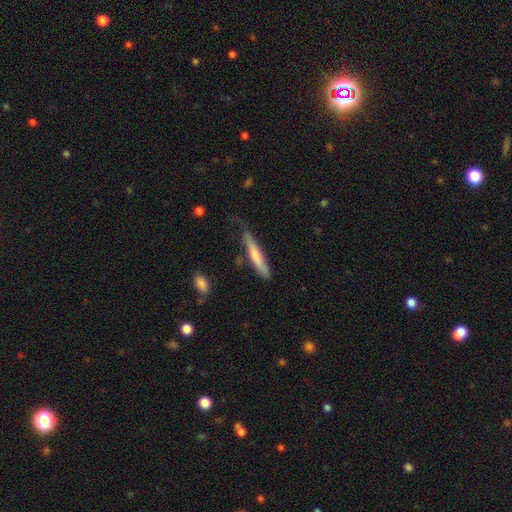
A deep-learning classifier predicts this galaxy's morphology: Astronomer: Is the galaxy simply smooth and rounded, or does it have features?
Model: smooth — 64%.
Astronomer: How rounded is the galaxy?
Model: cigar-shaped — 92%.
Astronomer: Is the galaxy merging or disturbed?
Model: none — 52% (runner-up: minor disturbance, 32%).